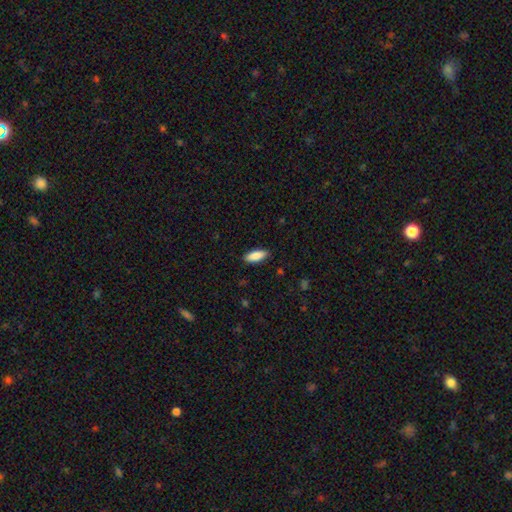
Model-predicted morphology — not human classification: The model was most divided on "how rounded": in between: 74%, cigar-shaped: 24%, round: 2%. More confident: merging — none (89%); smooth or featured — smooth (88%).